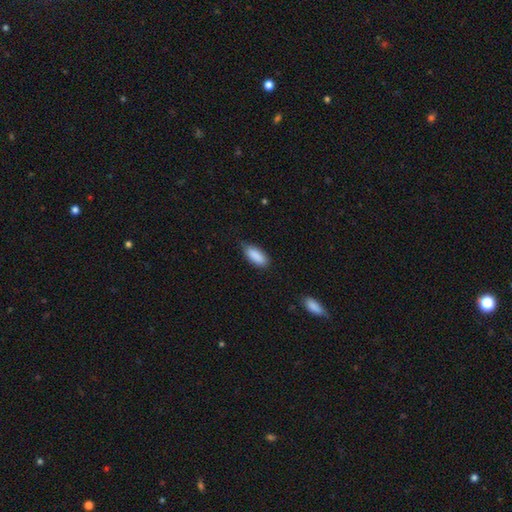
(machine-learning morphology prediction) Smooth or featured? smooth (88%)
How rounded? in between (83%)
Merging? none (64%)